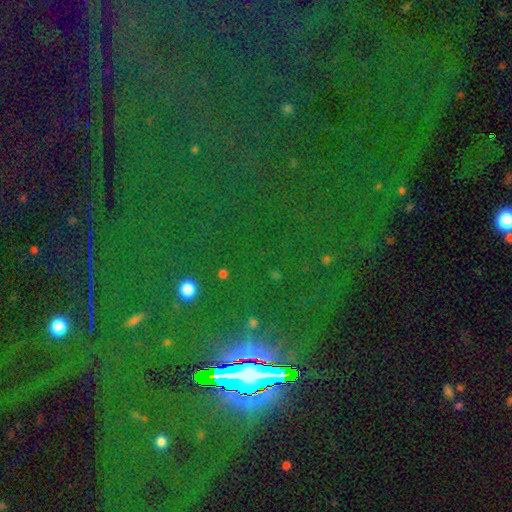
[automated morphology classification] smooth_or_featured: star or artifact (p=0.85) [alt: smooth p=0.08]